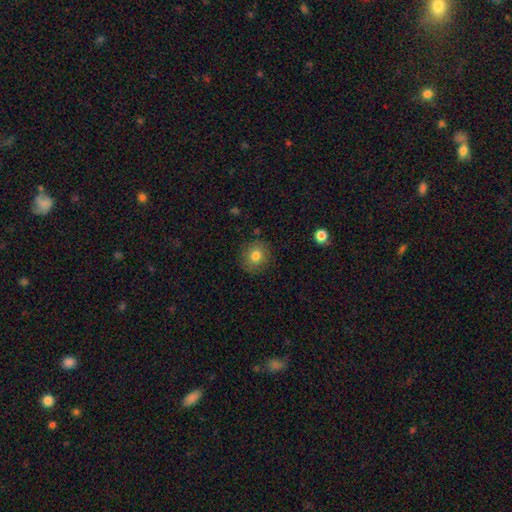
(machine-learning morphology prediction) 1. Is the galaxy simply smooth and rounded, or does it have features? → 79% smooth, 10% star or artifact, 10% featured or disk.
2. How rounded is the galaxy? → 85% round, 14% in between, 1% cigar-shaped.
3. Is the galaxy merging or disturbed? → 86% none, 10% minor disturbance, 3% major disturbance, 1% merger.